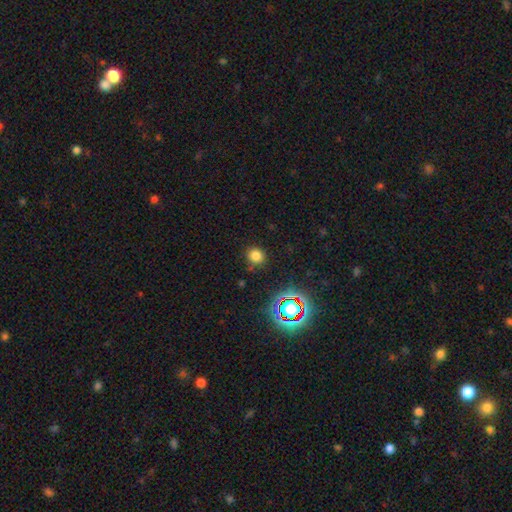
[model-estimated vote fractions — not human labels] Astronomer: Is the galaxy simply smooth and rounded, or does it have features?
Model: smooth — 76%.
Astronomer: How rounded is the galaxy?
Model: round — 86%.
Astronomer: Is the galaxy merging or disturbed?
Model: none — 86%.